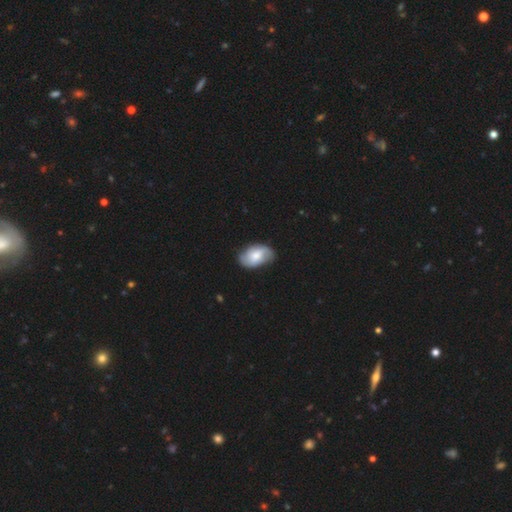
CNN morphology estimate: Smooth or featured: smooth — 51% (featured or disk — 42%)
How rounded: in between — 91% (round — 8%)
Merging: none — 71% (minor disturbance — 22%)